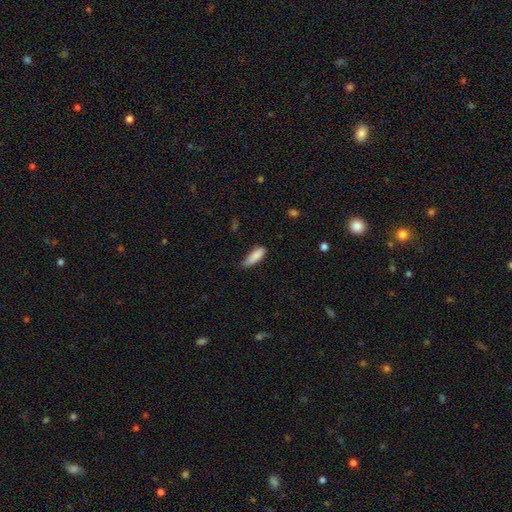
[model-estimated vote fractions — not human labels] Smooth or featured: smooth — 86% (star or artifact — 7%)
How rounded: in between — 58% (cigar-shaped — 41%)
Merging: none — 60% (minor disturbance — 33%)